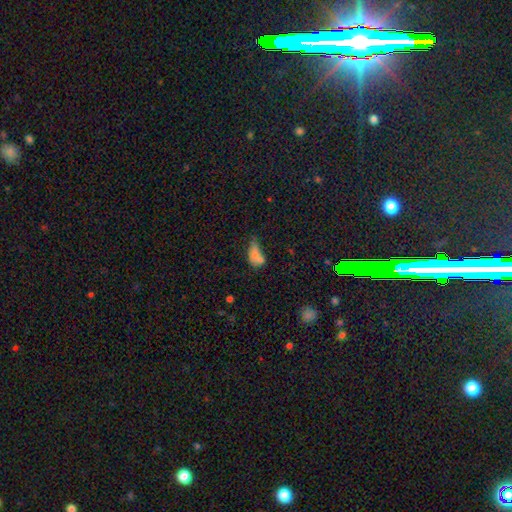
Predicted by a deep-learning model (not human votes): This is likely a smooth galaxy (68%). How rounded: likely in between (78%). Merging: marginally merger (41%).